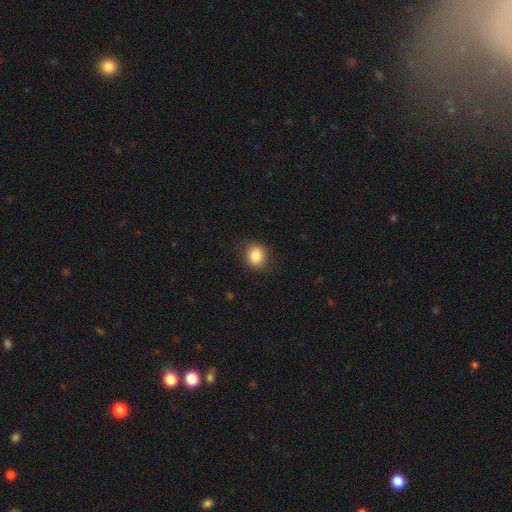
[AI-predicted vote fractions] Smooth or featured? Predicted: smooth (p=0.85). How rounded? Predicted: round (p=0.65). Merging? Predicted: none (p=0.84).